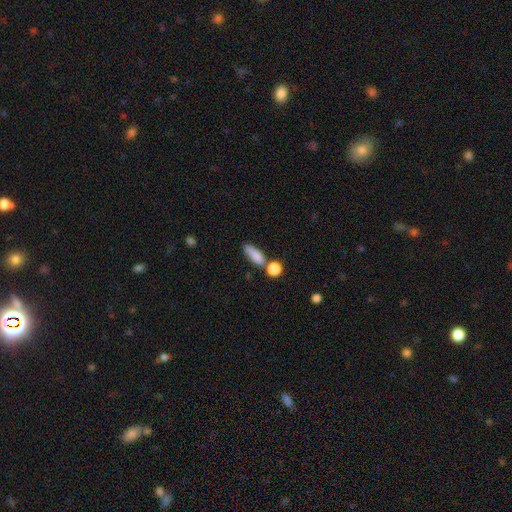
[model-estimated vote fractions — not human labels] The model was most divided on "how rounded": in between: 57%, cigar-shaped: 34%, round: 8%. More confident: smooth or featured — smooth (83%); merging — none (58%).